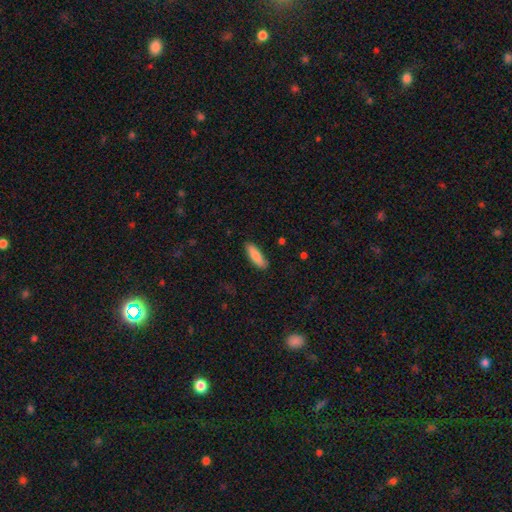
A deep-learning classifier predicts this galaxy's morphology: smooth_or_featured: smooth (p=0.83) [alt: featured or disk p=0.11]
how_rounded: cigar-shaped (p=0.53) [alt: in between p=0.45]
merging: none (p=0.86) [alt: minor disturbance p=0.11]